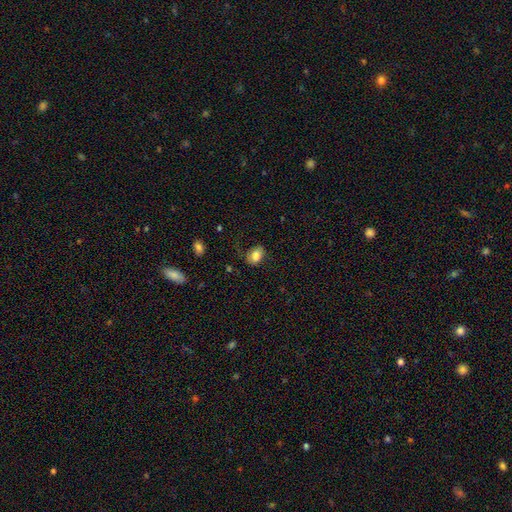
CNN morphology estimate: Smooth or featured? Predicted: smooth (p=0.80). How rounded? Predicted: in between (p=0.75). Merging? Predicted: none (p=0.62).